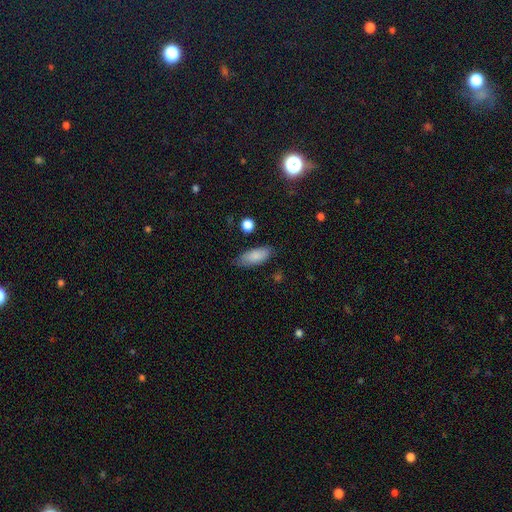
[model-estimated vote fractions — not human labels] This appears to be a smooth galaxy with no disk features (86%) that is in between round and cigar-shaped (81%). Merging: none (80%).